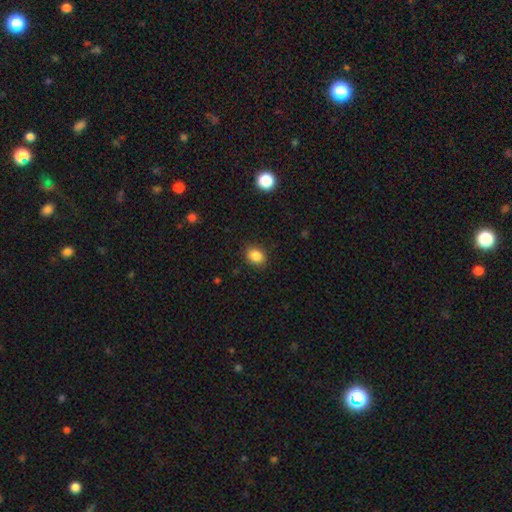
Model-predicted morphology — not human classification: A smooth galaxy with no disk features (86%) that is in between round and cigar-shaped (56%).

Vote fractions:
- Smooth or featured? smooth: 86% / star or artifact: 10% / featured or disk: 4%
- How rounded? in between: 56% / round: 43% / cigar-shaped: 1%
- Merging? none: 88% / minor disturbance: 9% / major disturbance: 3% / merger: 1%